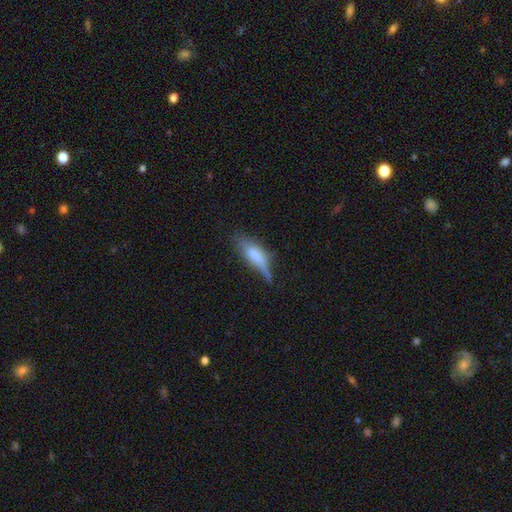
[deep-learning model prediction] smooth-or-featured: smooth: 65% | featured or disk: 27% | star or artifact: 8%
  how-rounded: in between: 50% | cigar-shaped: 47% | round: 3%
  merging: none: 44% | minor disturbance: 36% | major disturbance: 16% | merger: 4%